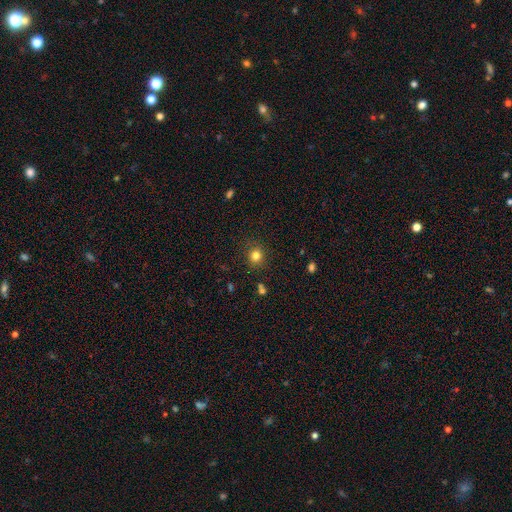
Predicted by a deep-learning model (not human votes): Morphology: type=smooth (81%); roundness=round (85%); merging=none (86%).